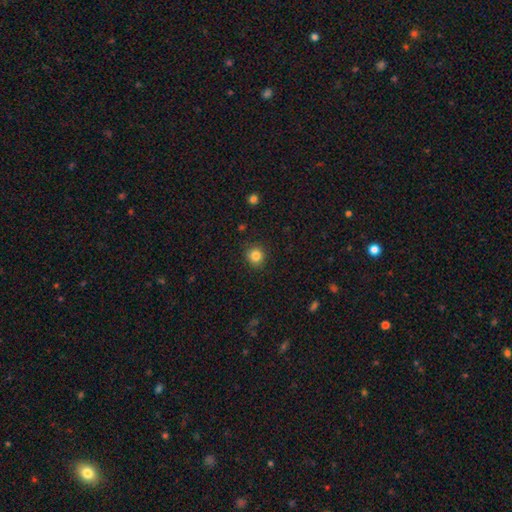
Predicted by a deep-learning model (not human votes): Q: Smooth or featured?
A: smooth (84%); runner-up: star or artifact (11%)
Q: How rounded?
A: round (88%); runner-up: in between (11%)
Q: Merging?
A: none (89%); runner-up: minor disturbance (8%)